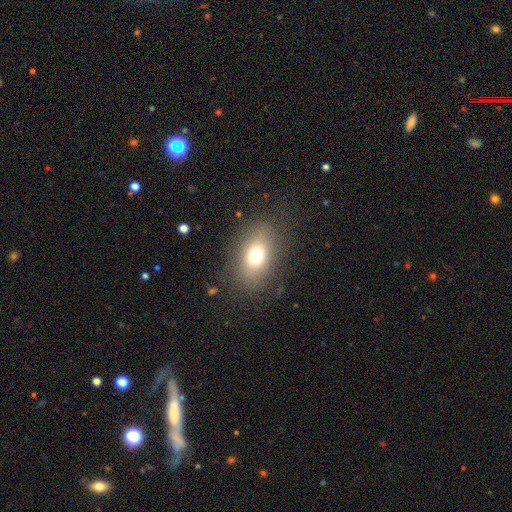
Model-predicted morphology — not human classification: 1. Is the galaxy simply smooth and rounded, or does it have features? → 71% smooth, 15% featured or disk, 14% star or artifact.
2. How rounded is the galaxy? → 73% in between, 25% round, 2% cigar-shaped.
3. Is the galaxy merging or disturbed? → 80% none, 12% minor disturbance, 7% major disturbance, 1% merger.